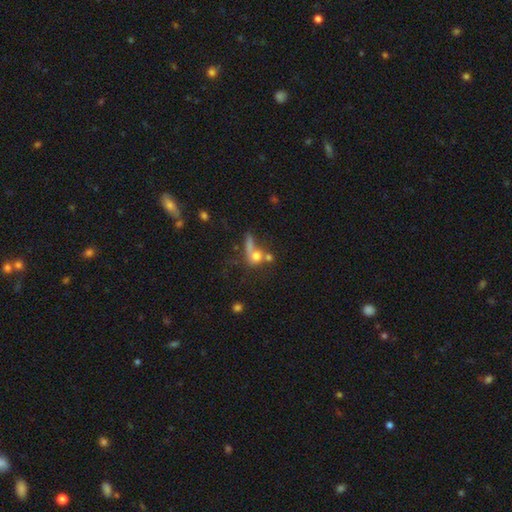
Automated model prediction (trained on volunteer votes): Smooth or featured?
  - smooth: 64% *
  - featured or disk: 22%
  - star or artifact: 14%
How rounded?
  - round: 63% *
  - in between: 30%
  - cigar-shaped: 7%
Merging?
  - merger: 43% *
  - none: 27%
  - major disturbance: 19%
  - minor disturbance: 11%